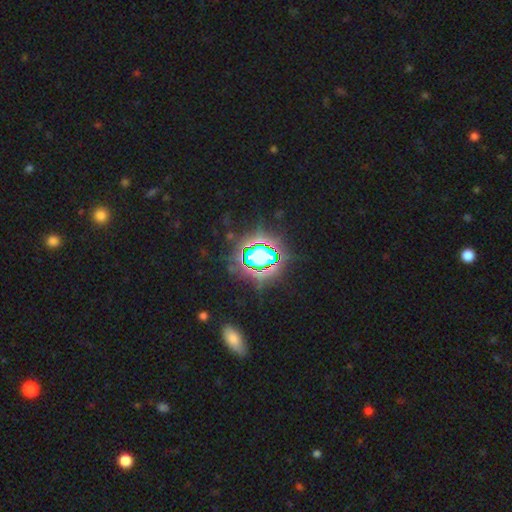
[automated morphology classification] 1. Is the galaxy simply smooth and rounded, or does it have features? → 75% star or artifact, 15% smooth, 10% featured or disk.